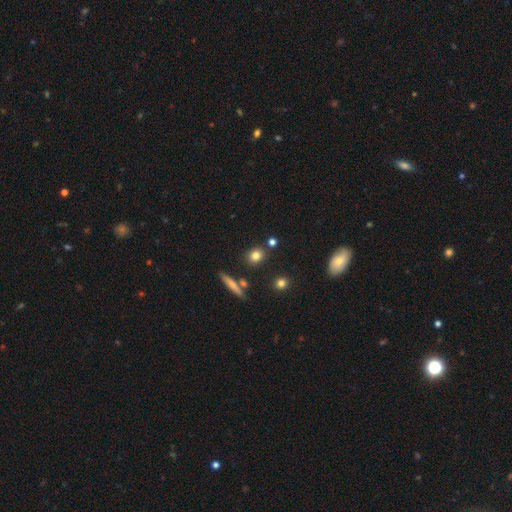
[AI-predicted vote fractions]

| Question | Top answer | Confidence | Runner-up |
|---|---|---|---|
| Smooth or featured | smooth | 78% | star or artifact (12%) |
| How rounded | round | 70% | in between (26%) |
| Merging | none | 80% | minor disturbance (9%) |